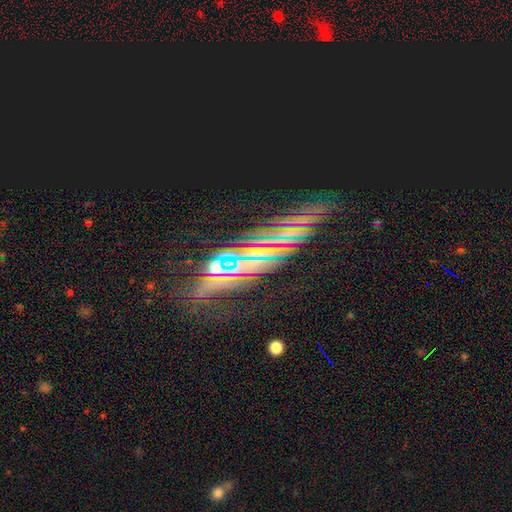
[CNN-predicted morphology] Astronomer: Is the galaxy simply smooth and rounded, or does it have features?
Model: featured or disk — 43%, tied with star or artifact at 43%.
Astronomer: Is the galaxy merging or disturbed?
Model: none — 65%.